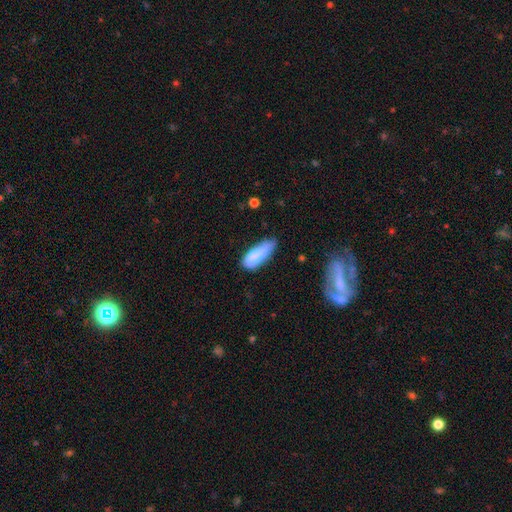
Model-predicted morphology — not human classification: The model was most divided on "merging": minor disturbance: 43%, none: 38%, major disturbance: 14%, merger: 5%. More confident: smooth or featured — smooth (81%); how rounded — in between (67%).